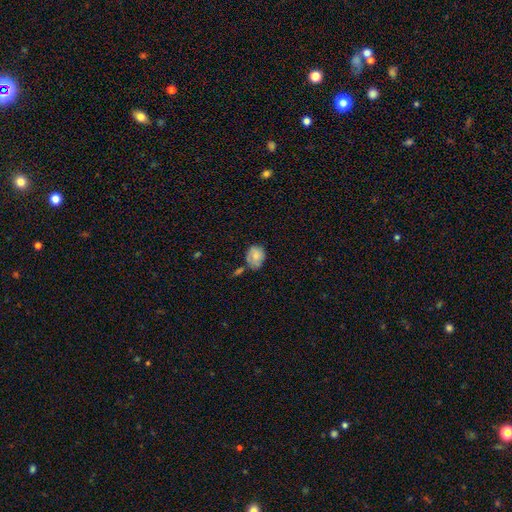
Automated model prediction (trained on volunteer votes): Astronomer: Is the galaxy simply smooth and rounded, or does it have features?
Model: smooth — 70%.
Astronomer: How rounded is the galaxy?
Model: in between — 57% (runner-up: round, 41%).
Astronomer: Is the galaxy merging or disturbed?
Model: none — 48% (runner-up: minor disturbance, 30%).